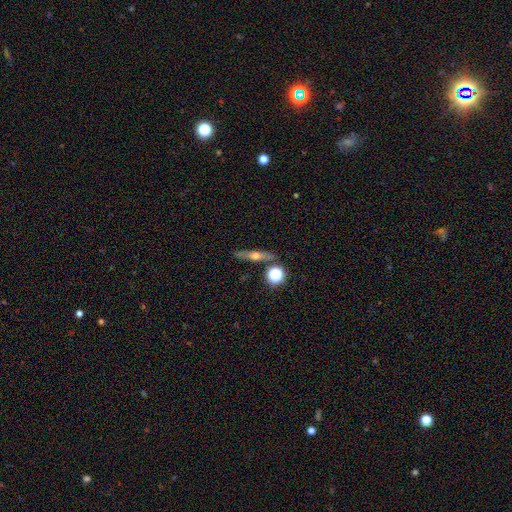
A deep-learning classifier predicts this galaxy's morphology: Overall: featured or disk (54%; smooth 34%). Edge-on disk: yes (88%). Merging: none (83%).